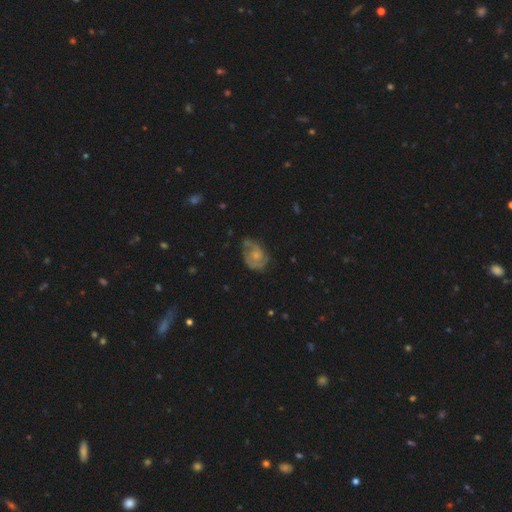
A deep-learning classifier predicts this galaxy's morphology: This is likely a featured or disk galaxy (71%). It is clearly not viewed edge-on (97%). Bar: likely no (73%). Spiral arm pattern: clearly yes (87%). Spiral arm count: likely 2 (62%). Spiral winding: marginally tight (43%). Central bulge: possibly small (52%). Merging: possibly none (54%).